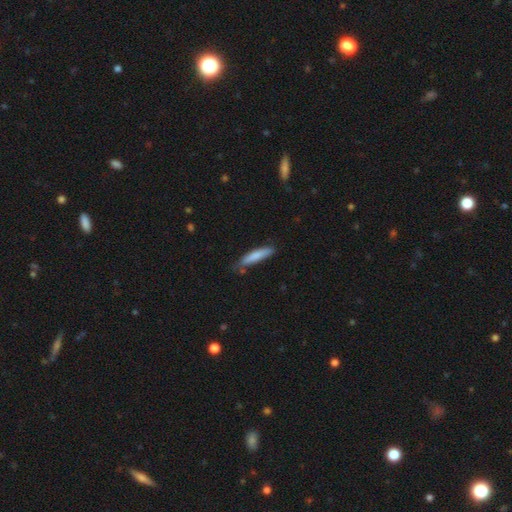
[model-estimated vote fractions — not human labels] Morphology: type=smooth (81%); roundness=cigar-shaped (84%); merging=none (73%).